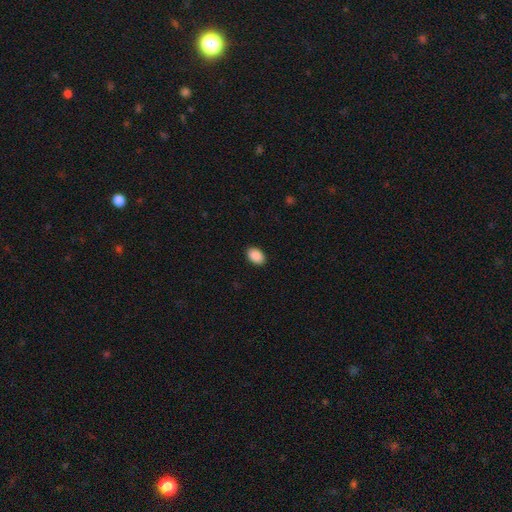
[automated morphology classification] Smooth or featured? smooth (90%)
How rounded? in between (89%)
Merging? none (90%)